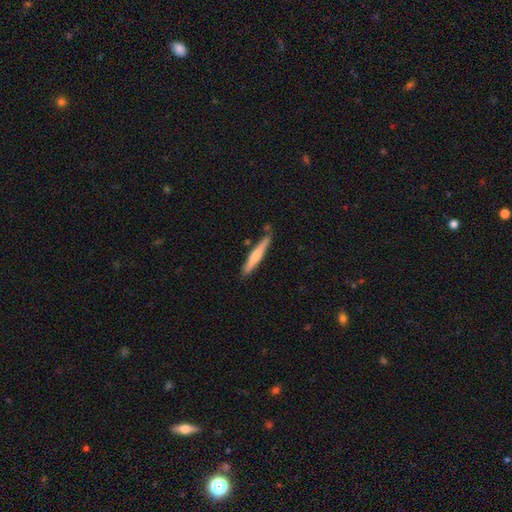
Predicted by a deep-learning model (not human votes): Smooth or featured?
  - smooth: 62% *
  - featured or disk: 33%
  - star or artifact: 5%
How rounded?
  - cigar-shaped: 94% *
  - in between: 5%
  - round: 1%
Merging?
  - none: 77% *
  - minor disturbance: 16%
  - merger: 5%
  - major disturbance: 3%